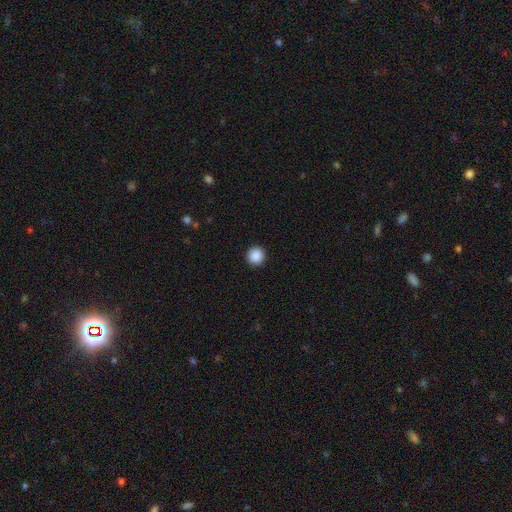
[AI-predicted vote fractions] A smooth galaxy with no disk features (89%) that is round (95%).

Vote fractions:
- Smooth or featured? smooth: 89% / star or artifact: 9% / featured or disk: 2%
- How rounded? round: 95% / in between: 4% / cigar-shaped: 1%
- Merging? none: 93% / minor disturbance: 4% / major disturbance: 2% / merger: 1%